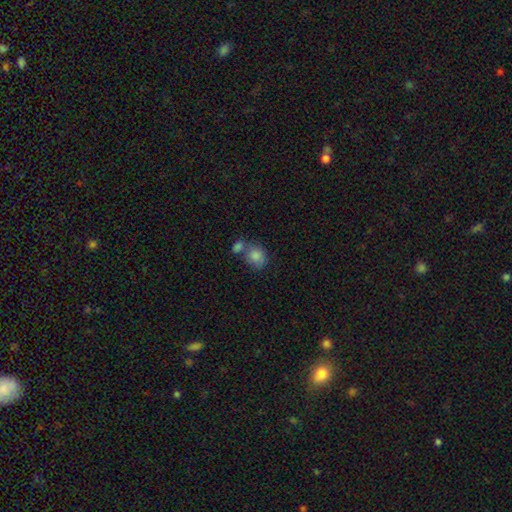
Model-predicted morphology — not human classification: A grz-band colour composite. It shows a smooth galaxy with no disk features (83%) that is round (61%). Merging: none (43%).